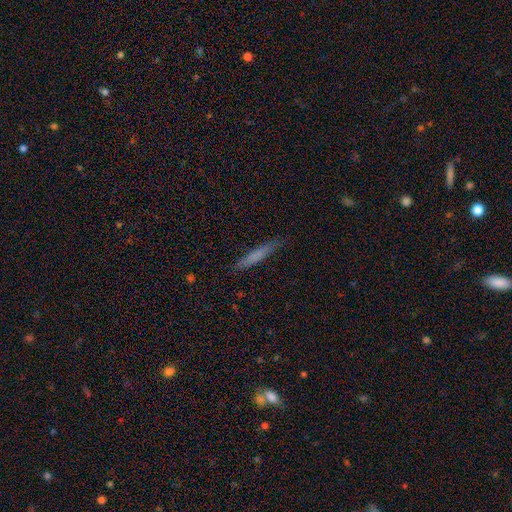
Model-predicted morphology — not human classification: smooth_or_featured: smooth (p=0.68) [alt: featured or disk p=0.25]
how_rounded: cigar-shaped (p=0.93) [alt: in between p=0.05]
merging: none (p=0.84) [alt: minor disturbance p=0.12]